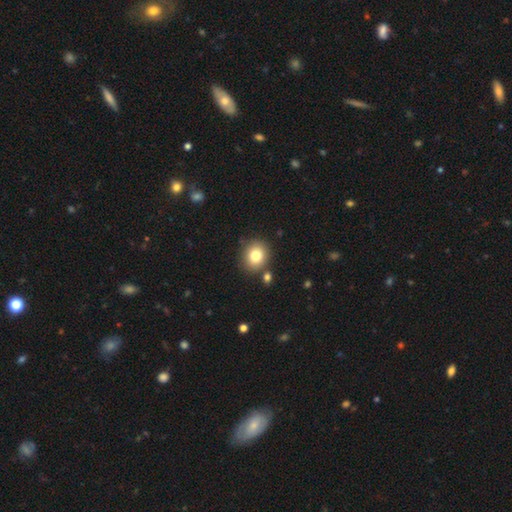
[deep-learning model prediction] smooth_or_featured: smooth (p=0.79) [alt: star or artifact p=0.11]
how_rounded: round (p=0.76) [alt: in between p=0.24]
merging: none (p=0.82) [alt: minor disturbance p=0.09]